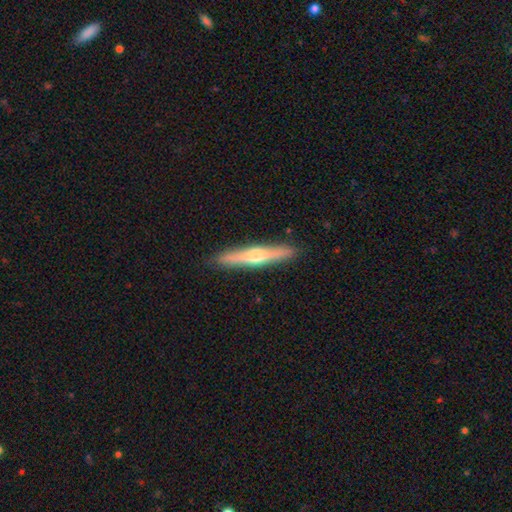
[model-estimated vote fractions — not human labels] Smooth or featured?
  - featured or disk: 56% *
  - smooth: 39%
  - star or artifact: 5%
Edge-on disk?
  - yes: 96% *
  - no: 4%
Edge-on bulge?
  - rounded: 85% *
  - none: 10%
  - boxy: 5%
Merging?
  - none: 91% *
  - minor disturbance: 7%
  - major disturbance: 1%
  - merger: 1%